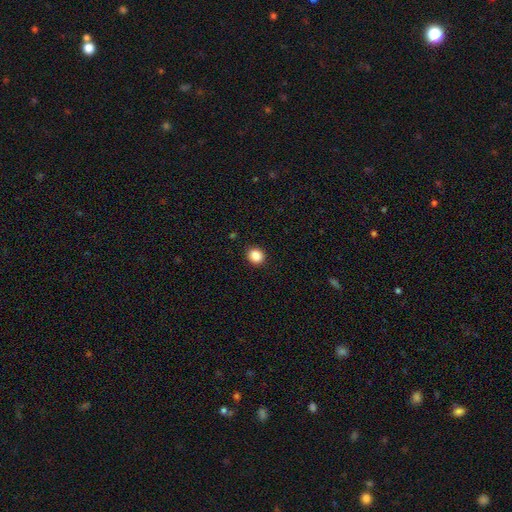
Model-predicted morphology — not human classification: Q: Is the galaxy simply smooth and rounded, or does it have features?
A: smooth — 88%.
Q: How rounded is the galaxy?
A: round — 77%.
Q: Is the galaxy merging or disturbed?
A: none — 91%.